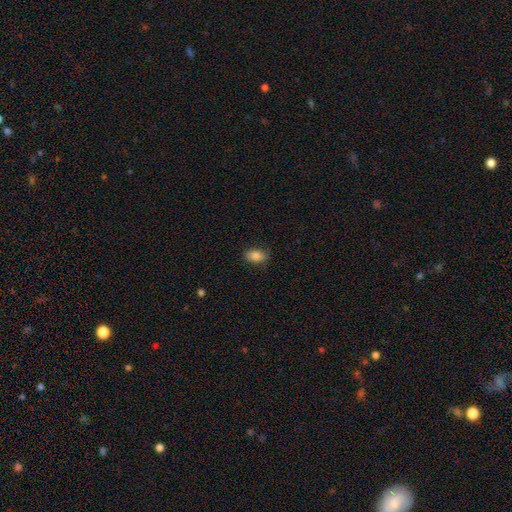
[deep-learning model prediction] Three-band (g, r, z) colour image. It shows a smooth galaxy with no disk features (84%) that is in between round and cigar-shaped (89%). Merging: none (83%).